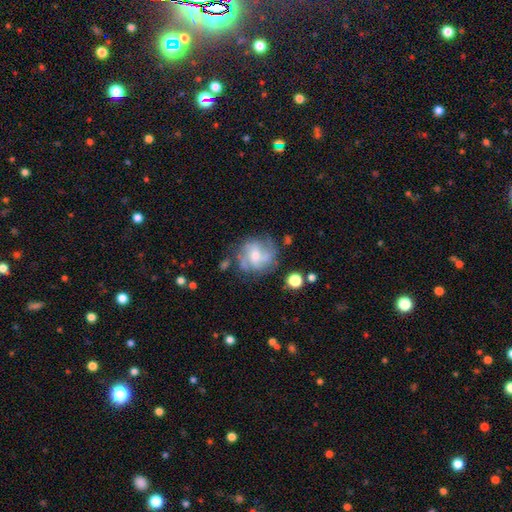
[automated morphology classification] A featured or disk galaxy (69%) with no bar (53%), medium (45%) spiral arms (85%) and a moderate central bulge (47%). Merging: none (64%).